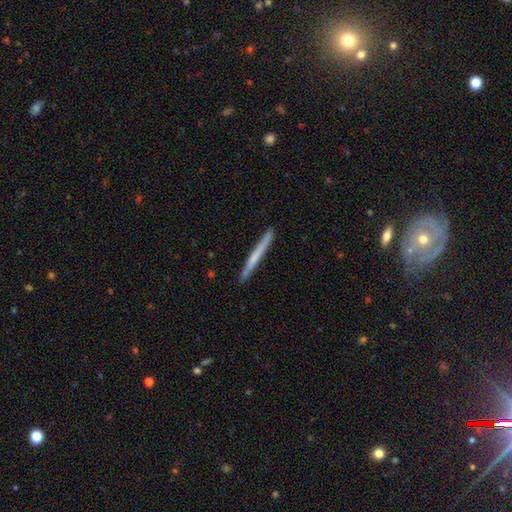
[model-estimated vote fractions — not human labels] A smooth galaxy with no disk features (52%) that is cigar-shaped (97%). Merging: none (89%).